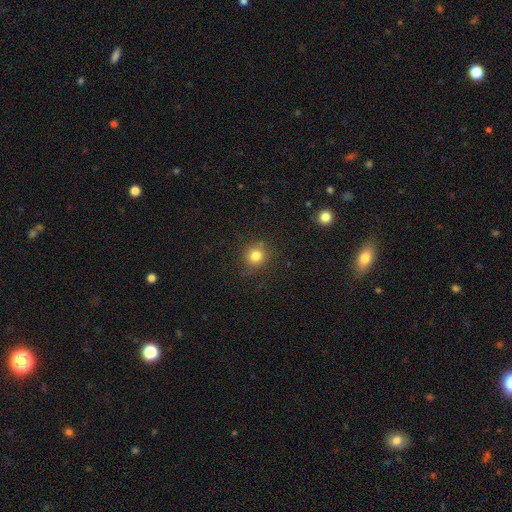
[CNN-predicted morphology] smooth-or-featured: smooth: 80% | star or artifact: 13% | featured or disk: 7%
  how-rounded: round: 90% | in between: 9% | cigar-shaped: 1%
  merging: none: 83% | minor disturbance: 11% | major disturbance: 4% | merger: 1%